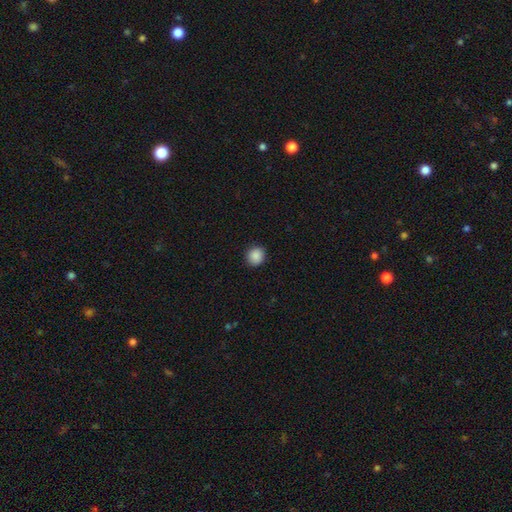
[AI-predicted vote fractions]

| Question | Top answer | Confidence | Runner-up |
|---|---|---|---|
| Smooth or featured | smooth | 88% | star or artifact (9%) |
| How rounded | round | 88% | in between (11%) |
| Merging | none | 89% | minor disturbance (8%) |